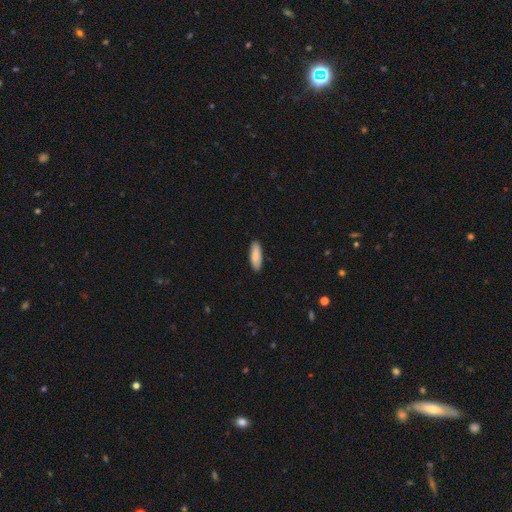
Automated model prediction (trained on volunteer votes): smooth 87%, featured or disk 8%, star or artifact 6%. Down the decision tree: how rounded — in between (55%); merging — none (89%).